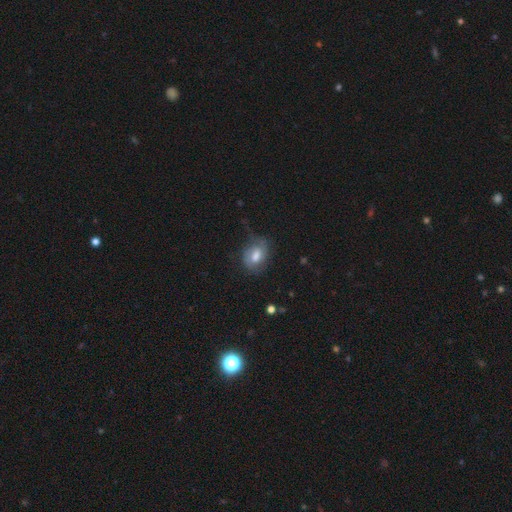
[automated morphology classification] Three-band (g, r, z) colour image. It shows a smooth galaxy with no disk features (54%) that is in between round and cigar-shaped (69%). Merging: none (54%).